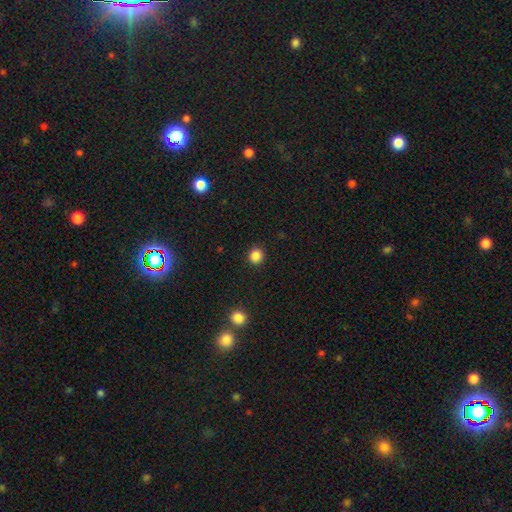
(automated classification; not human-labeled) This is clearly a smooth galaxy (85%). How rounded: clearly round (93%). Merging: clearly none (92%).